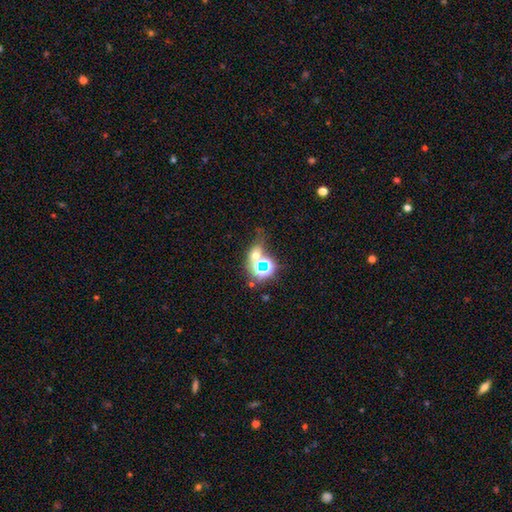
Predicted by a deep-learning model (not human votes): star or artifact 49%, smooth 37%, featured or disk 14%.